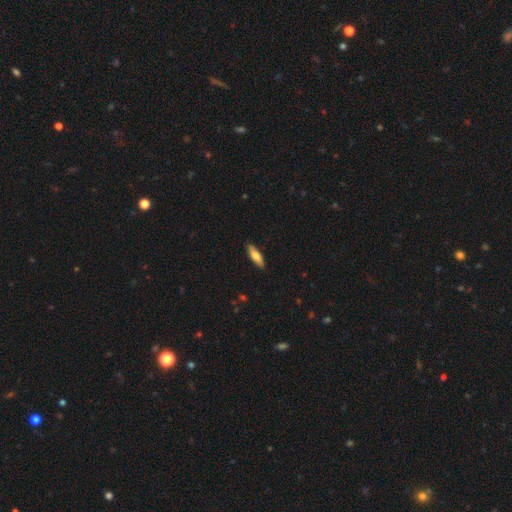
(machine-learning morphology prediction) smooth 71%, featured or disk 23%, star or artifact 5%. Down the decision tree: how rounded — cigar-shaped (53%); merging — none (89%).